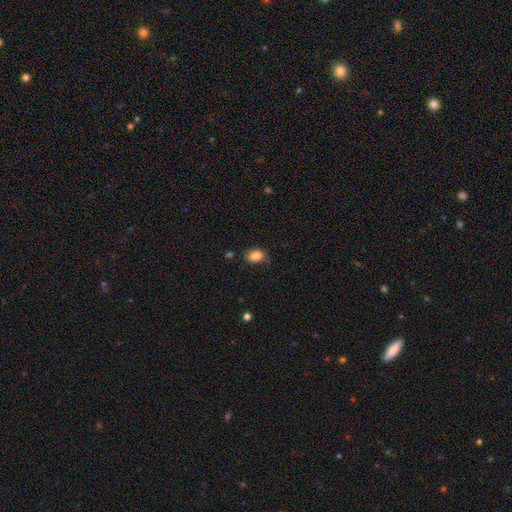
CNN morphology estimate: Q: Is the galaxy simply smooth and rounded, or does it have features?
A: smooth — 87%.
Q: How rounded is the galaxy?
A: in between — 79%.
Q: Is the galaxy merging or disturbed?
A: none — 73%.